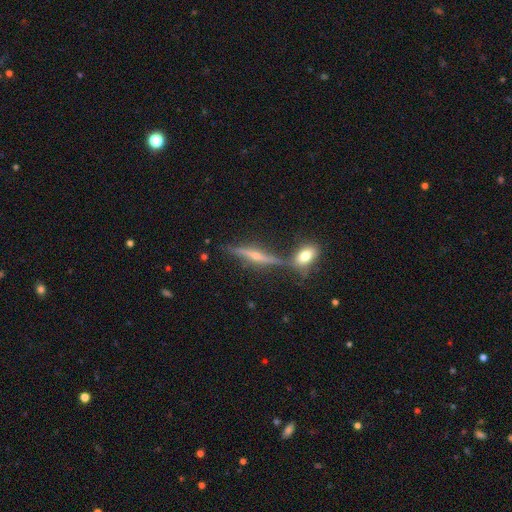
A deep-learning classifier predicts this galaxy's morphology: type=featured or disk (79%); edge-on=yes (95%); edge-on bulge=rounded (88%); merging=none (72%).